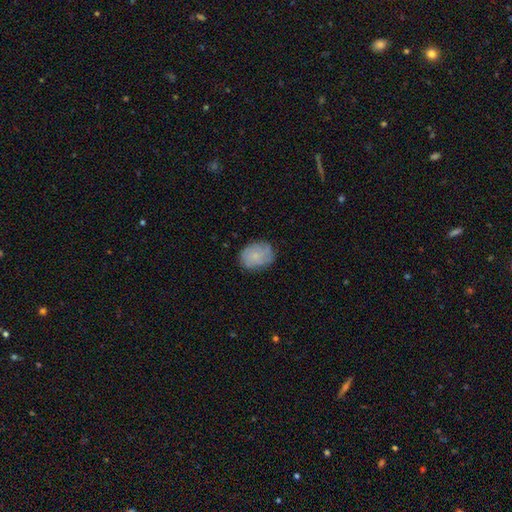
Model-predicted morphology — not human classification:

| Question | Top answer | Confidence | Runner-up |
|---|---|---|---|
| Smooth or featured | smooth | 66% | featured or disk (26%) |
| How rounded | in between | 61% | round (38%) |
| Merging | none | 73% | minor disturbance (20%) |